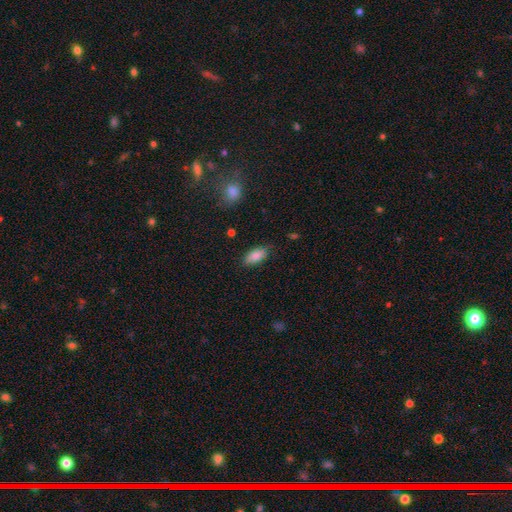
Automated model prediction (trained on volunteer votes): A smooth galaxy with no disk features (83%) that is in between round and cigar-shaped (91%). Merging: none (79%).